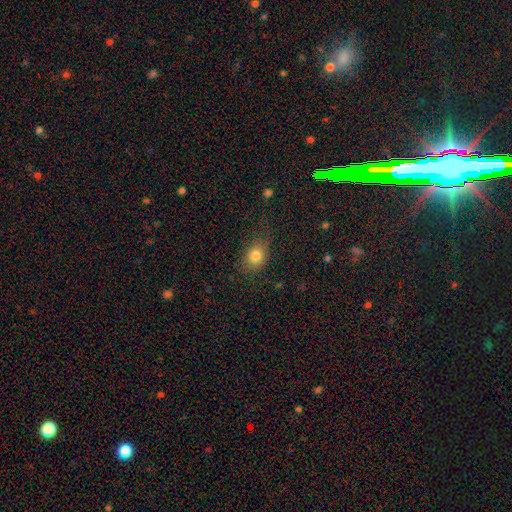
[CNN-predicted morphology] type=smooth (81%); roundness=in between (57%); merging=none (72%).